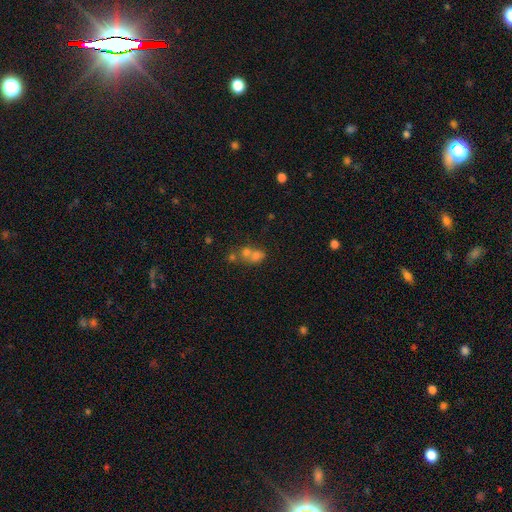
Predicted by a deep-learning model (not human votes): Smooth or featured? Predicted: smooth (p=0.62). How rounded? Predicted: round (p=0.60). Merging? Predicted: merger (p=0.64).